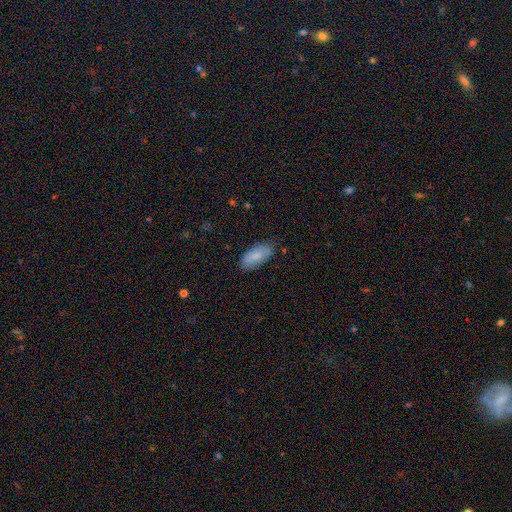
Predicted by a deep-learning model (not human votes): Smooth or featured: smooth — 80% (featured or disk — 14%)
How rounded: in between — 89% (cigar-shaped — 9%)
Merging: none — 77% (minor disturbance — 18%)